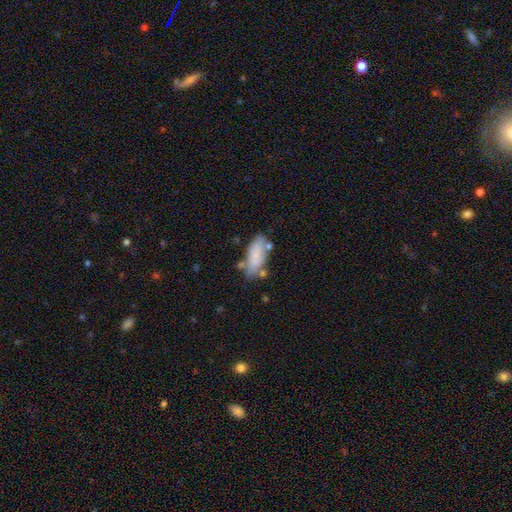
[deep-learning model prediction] Smooth or featured?
  - smooth: 78% *
  - featured or disk: 15%
  - star or artifact: 7%
How rounded?
  - in between: 81% *
  - cigar-shaped: 17%
  - round: 2%
Merging?
  - none: 59% *
  - minor disturbance: 22%
  - merger: 12%
  - major disturbance: 7%